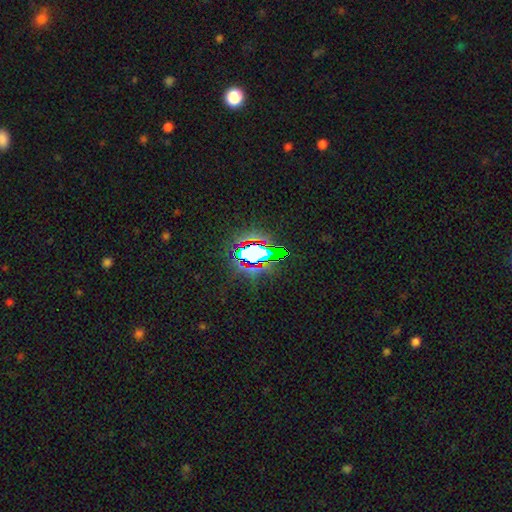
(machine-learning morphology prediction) Smooth or featured?
  - star or artifact: 67% *
  - smooth: 21%
  - featured or disk: 12%